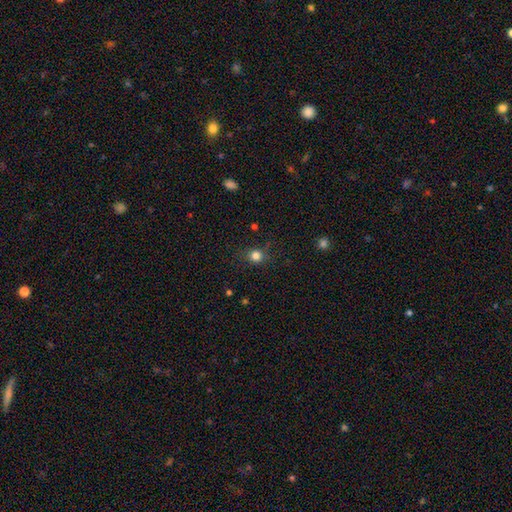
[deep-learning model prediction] Smooth or featured?
  - smooth: 80% *
  - star or artifact: 14%
  - featured or disk: 5%
How rounded?
  - round: 83% *
  - in between: 16%
  - cigar-shaped: 1%
Merging?
  - none: 82% *
  - minor disturbance: 13%
  - major disturbance: 4%
  - merger: 1%